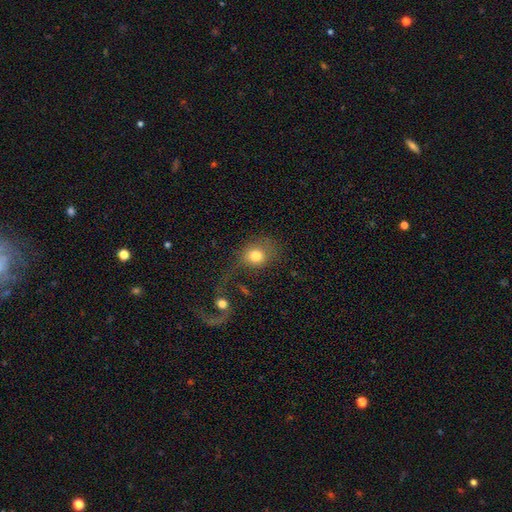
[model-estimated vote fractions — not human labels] The model was most divided on "merging": none: 35%, major disturbance: 33%, merger: 16%, minor disturbance: 15%. More confident: smooth or featured — smooth (77%); how rounded — round (69%).